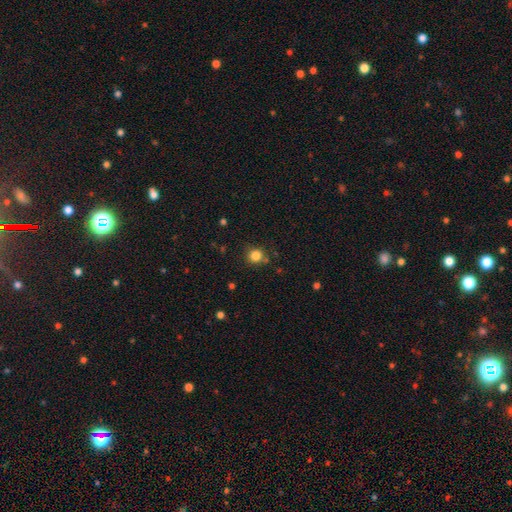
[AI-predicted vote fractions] The model was most divided on "smooth or featured": smooth: 83%, star or artifact: 13%, featured or disk: 5%. More confident: how rounded — round (91%); merging — none (81%).